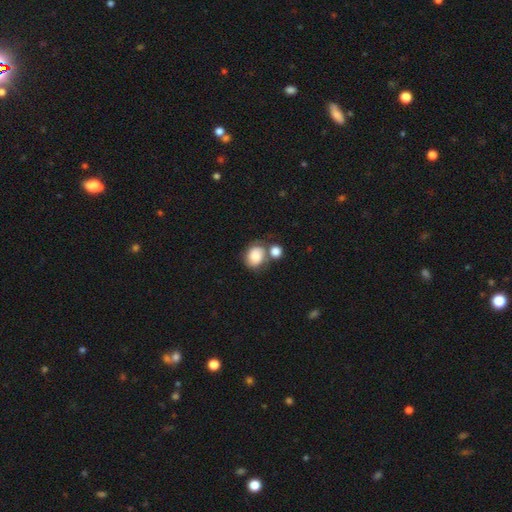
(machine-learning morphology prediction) Smooth or featured? smooth (82%)
How rounded? in between (51%)
Merging? none (41%)